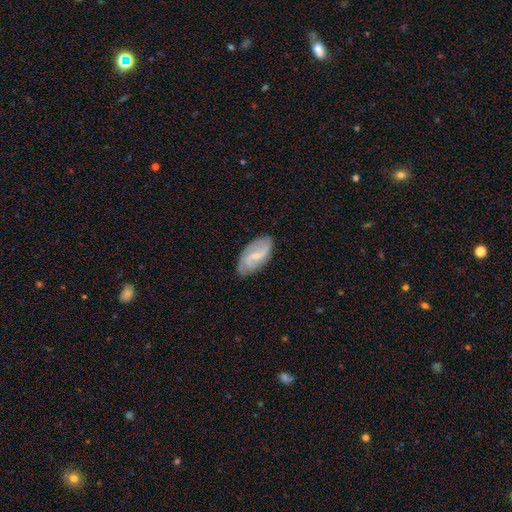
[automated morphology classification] This appears to be a featured or disk galaxy (73%) with a weak bar (54%), 2 (66%) medium (41%) spiral arms (92%) and a small central bulge (66%). Merging: none (80%).